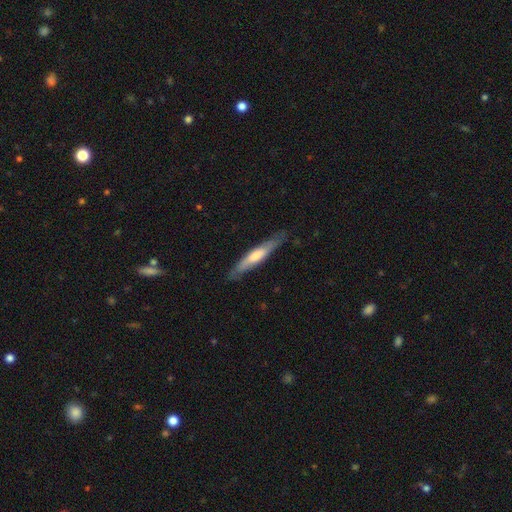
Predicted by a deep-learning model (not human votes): Smooth or featured? Predicted: smooth (p=0.52). How rounded? Predicted: cigar-shaped (p=0.89). Merging? Predicted: none (p=0.80).